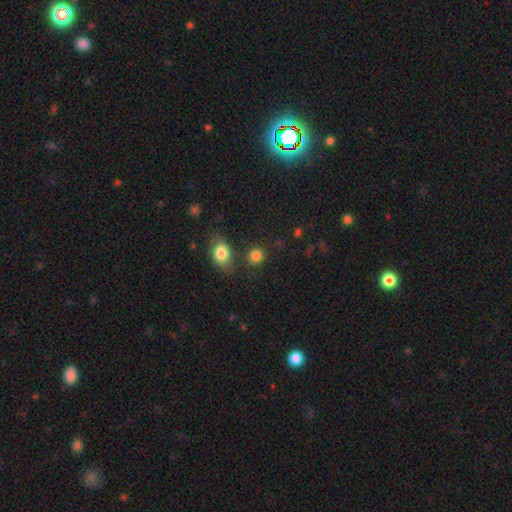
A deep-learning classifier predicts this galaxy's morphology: Q: Smooth or featured?
A: smooth (83%); runner-up: star or artifact (11%)
Q: How rounded?
A: round (82%); runner-up: in between (17%)
Q: Merging?
A: none (78%); runner-up: minor disturbance (9%)